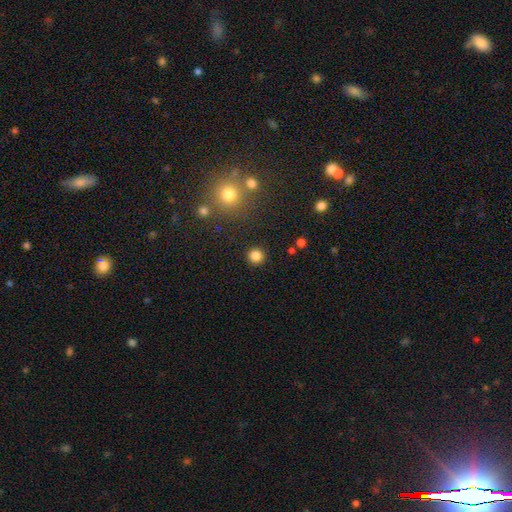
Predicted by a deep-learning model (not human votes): Smooth or featured?
  - smooth: 84% *
  - star or artifact: 12%
  - featured or disk: 4%
How rounded?
  - round: 94% *
  - in between: 5%
  - cigar-shaped: 1%
Merging?
  - none: 91% *
  - minor disturbance: 5%
  - major disturbance: 2%
  - merger: 2%